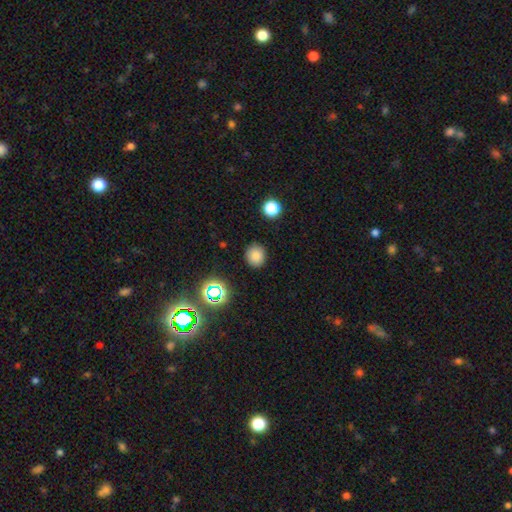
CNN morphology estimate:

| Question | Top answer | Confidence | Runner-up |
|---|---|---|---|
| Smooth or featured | smooth | 79% | star or artifact (15%) |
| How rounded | round | 84% | in between (15%) |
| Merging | none | 89% | minor disturbance (7%) |